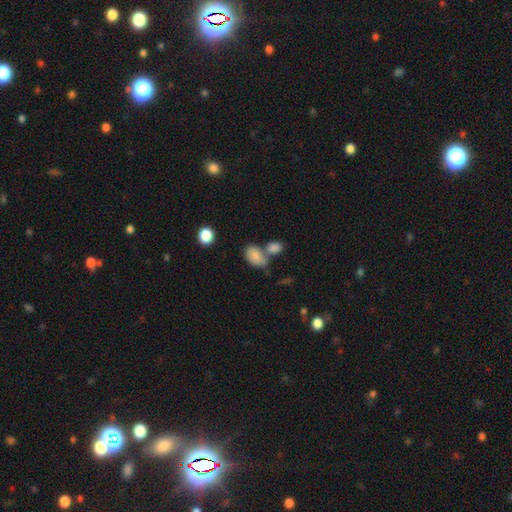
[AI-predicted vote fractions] smooth_or_featured: smooth (p=0.84) [alt: featured or disk p=0.08]
how_rounded: in between (p=0.88) [alt: round p=0.10]
merging: merger (p=0.45) [alt: none p=0.37]